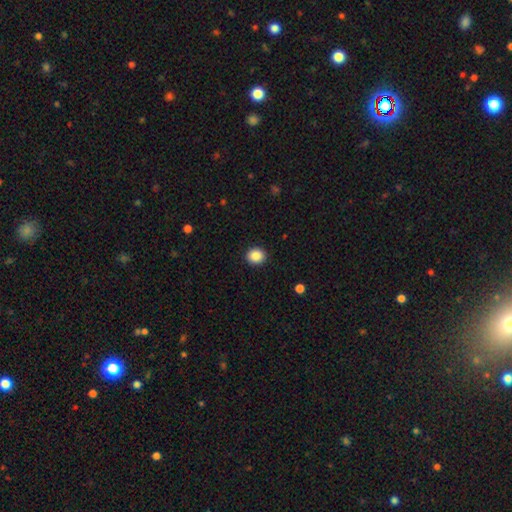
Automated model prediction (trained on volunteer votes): This appears to be a smooth galaxy with no disk features (87%) that is round (82%). Merging: none (92%).